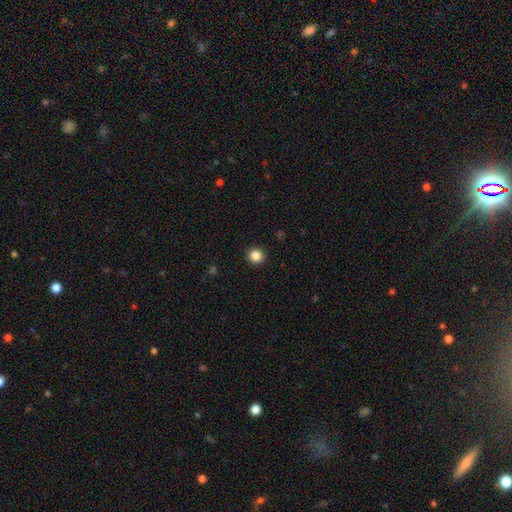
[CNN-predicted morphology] Smooth or featured: smooth — 85% (star or artifact — 11%)
How rounded: round — 94% (in between — 5%)
Merging: none — 93% (minor disturbance — 5%)